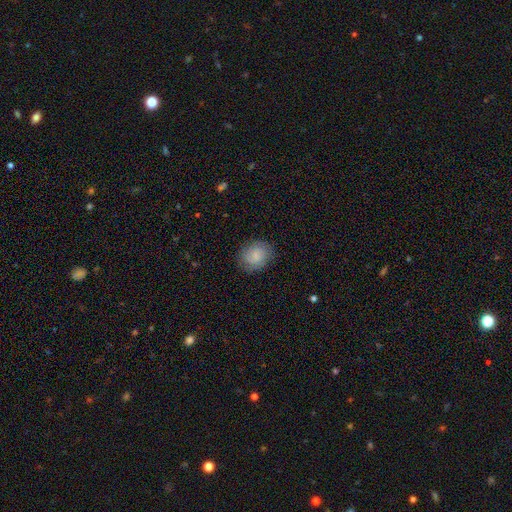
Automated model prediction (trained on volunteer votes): Smooth or featured? Predicted: smooth (p=0.67). How rounded? Predicted: round (p=0.64). Merging? Predicted: none (p=0.83).